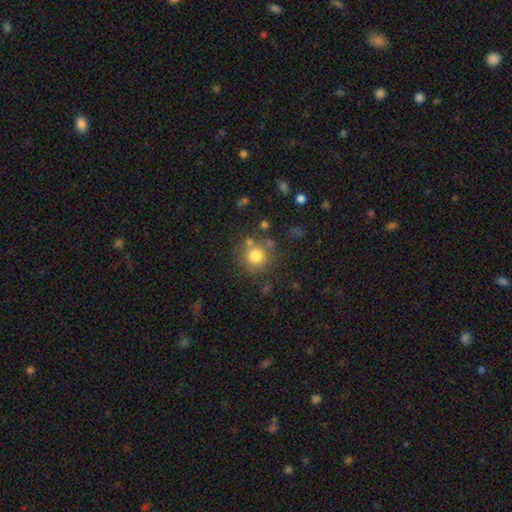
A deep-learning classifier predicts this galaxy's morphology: Smooth or featured? smooth (78%)
How rounded? round (91%)
Merging? none (73%)